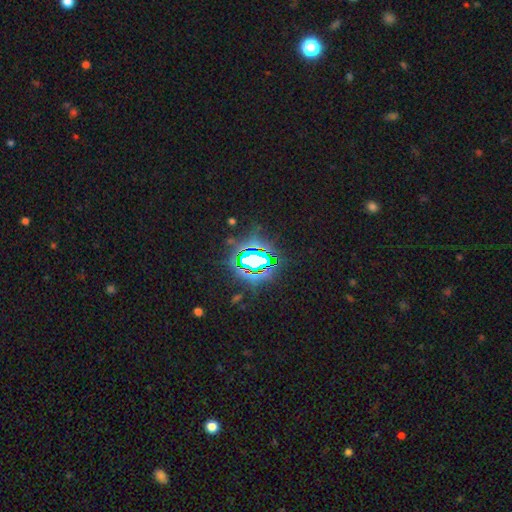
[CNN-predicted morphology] star or artifact 77%, smooth 12%, featured or disk 11%.